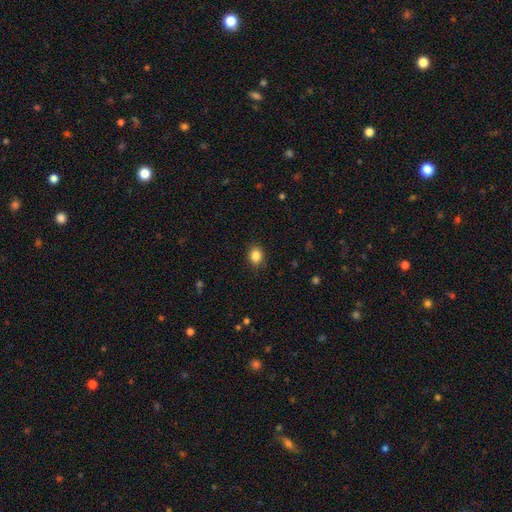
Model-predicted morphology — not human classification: Overall: smooth (86%). How rounded: round (57%; in between 42%). Merging: none (88%).